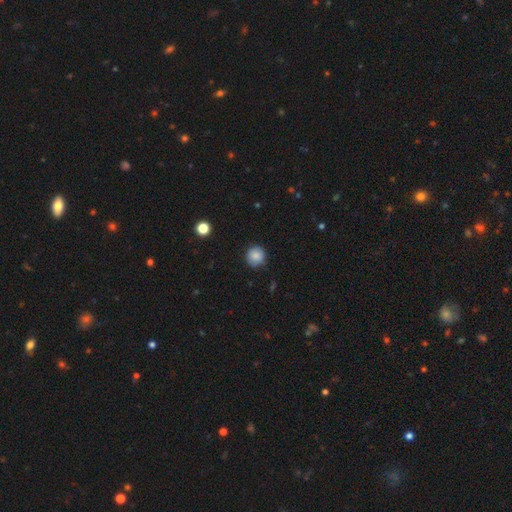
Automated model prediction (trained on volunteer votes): smooth-or-featured: smooth: 85% | star or artifact: 9% | featured or disk: 6%
  how-rounded: round: 93% | in between: 6% | cigar-shaped: 1%
  merging: none: 86% | minor disturbance: 11% | major disturbance: 2% | merger: 1%